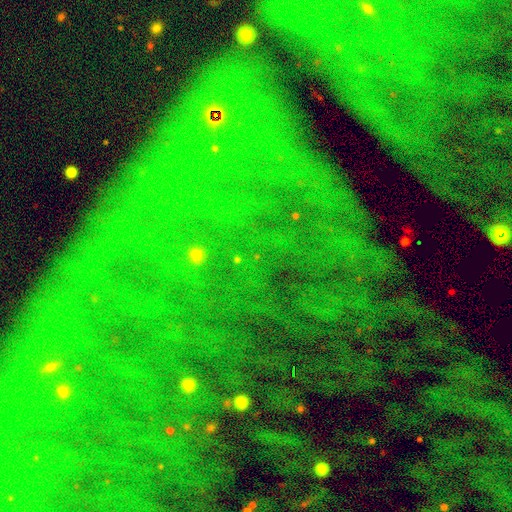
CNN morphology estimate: This is clearly a star or artifact rather than a galaxy (84%).